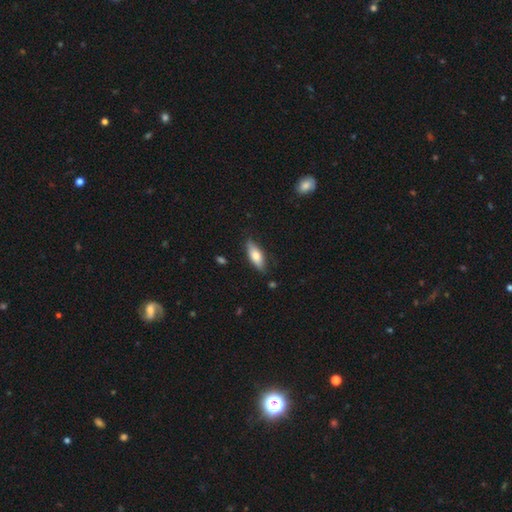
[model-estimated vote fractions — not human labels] This is likely a smooth galaxy (69%). How rounded: likely in between (66%). Merging: clearly none (80%).